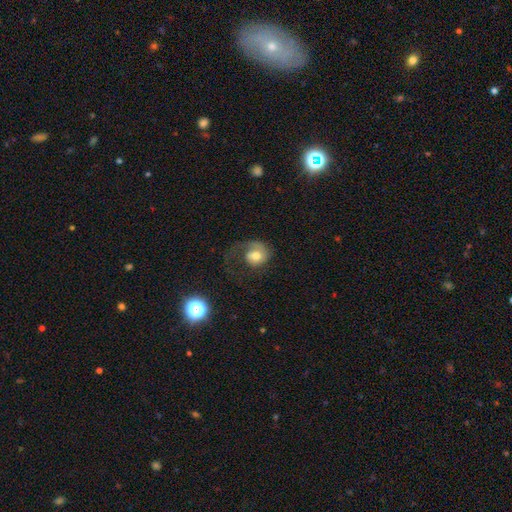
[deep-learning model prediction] This appears to be a featured or disk galaxy (48%). Merging: major disturbance (49%).